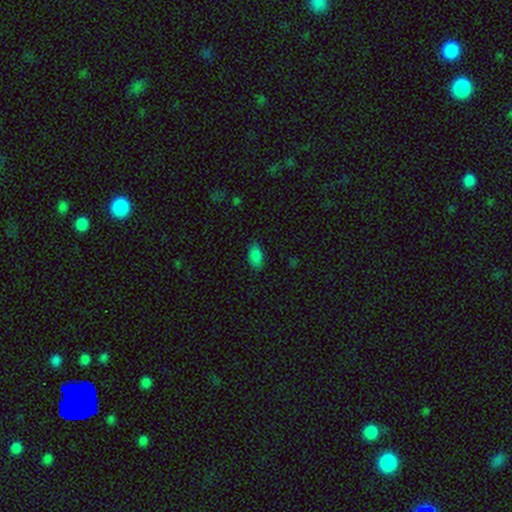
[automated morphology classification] smooth_or_featured: smooth (p=0.86) [alt: star or artifact p=0.10]
how_rounded: in between (p=0.93) [alt: cigar-shaped p=0.04]
merging: none (p=0.83) [alt: minor disturbance p=0.14]